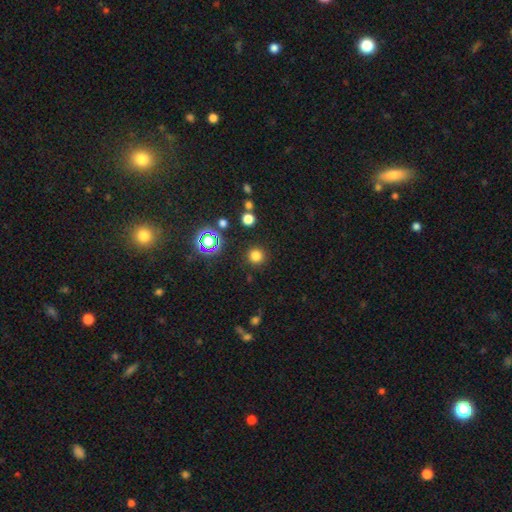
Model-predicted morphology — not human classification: type=smooth (76%); roundness=round (94%); merging=none (89%).